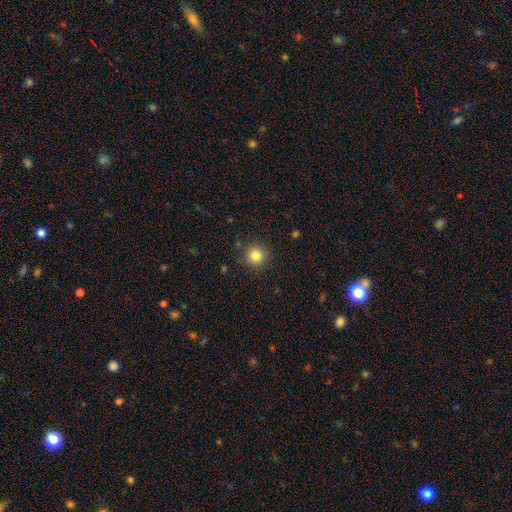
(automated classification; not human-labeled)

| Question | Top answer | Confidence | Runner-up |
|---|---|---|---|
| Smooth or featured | smooth | 83% | star or artifact (12%) |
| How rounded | round | 94% | in between (5%) |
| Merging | none | 90% | minor disturbance (7%) |